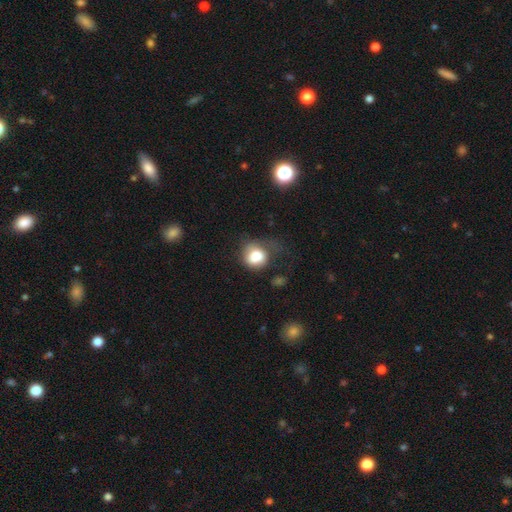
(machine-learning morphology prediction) smooth-or-featured: smooth: 77% | featured or disk: 14% | star or artifact: 9%
  how-rounded: round: 69% | in between: 30% | cigar-shaped: 1%
  merging: none: 34% | major disturbance: 31% | minor disturbance: 30% | merger: 5%